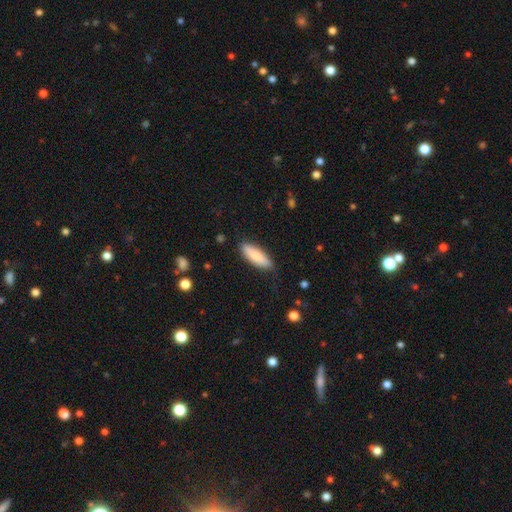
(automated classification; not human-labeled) This is clearly a smooth galaxy (84%). How rounded: possibly in between (58%). Merging: clearly none (83%).